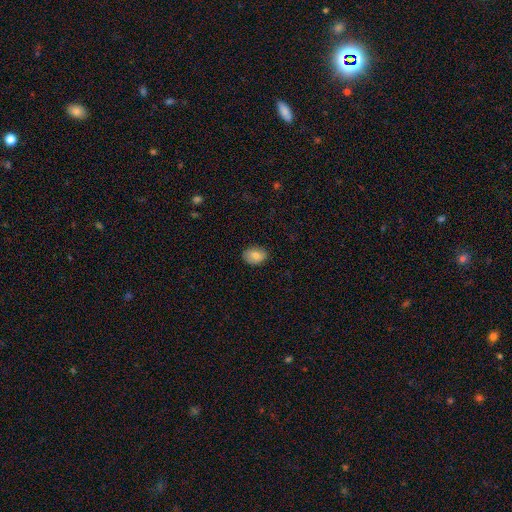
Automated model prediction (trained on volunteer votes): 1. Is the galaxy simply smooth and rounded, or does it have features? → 81% smooth, 11% featured or disk, 8% star or artifact.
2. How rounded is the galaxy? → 77% in between, 22% round, 1% cigar-shaped.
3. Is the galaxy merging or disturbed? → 85% none, 11% minor disturbance, 2% major disturbance, 1% merger.